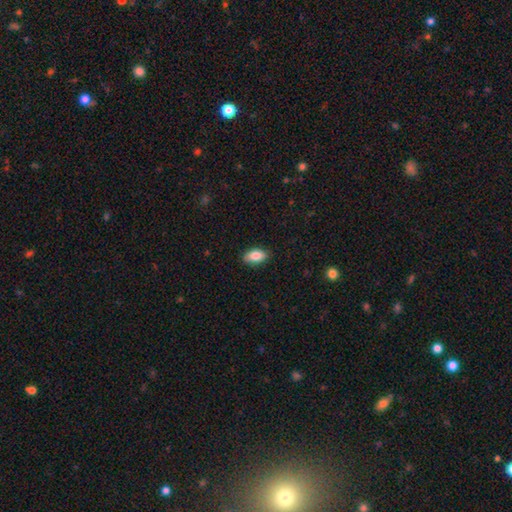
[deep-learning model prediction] This is clearly a smooth galaxy (84%). How rounded: clearly in between (92%). Merging: clearly none (86%).